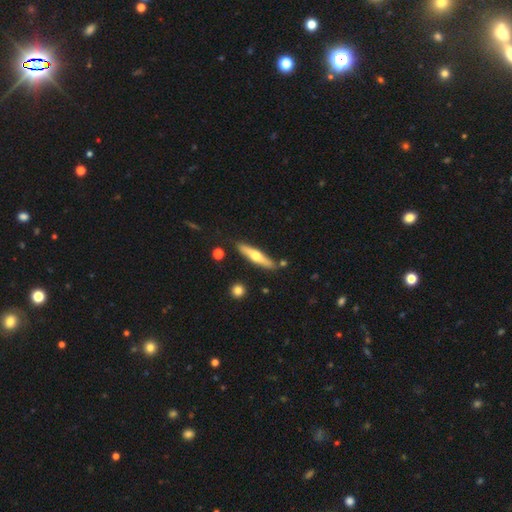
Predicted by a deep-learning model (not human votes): featured or disk 49%, smooth 45%, star or artifact 5%. Down the decision tree: merging — none (82%).